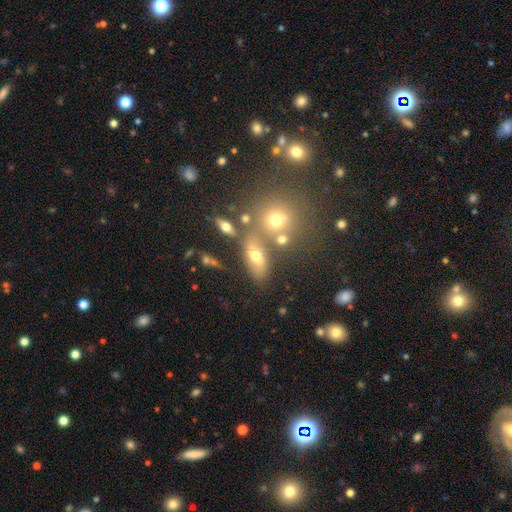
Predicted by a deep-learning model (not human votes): smooth 57%, featured or disk 27%, star or artifact 16%. Down the decision tree: how rounded — in between (71%); merging — none (55%).